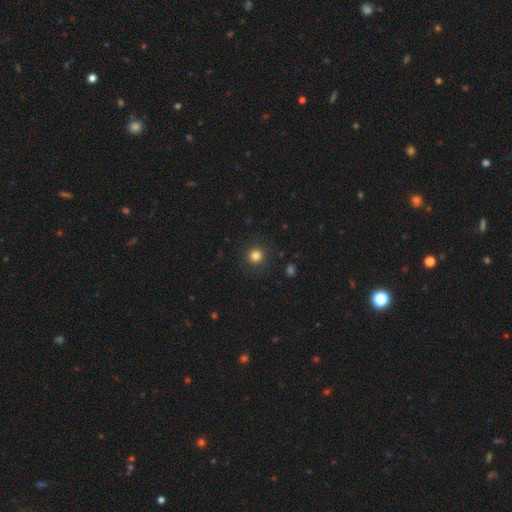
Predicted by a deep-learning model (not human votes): Smooth or featured? smooth (83%)
How rounded? round (92%)
Merging? none (90%)